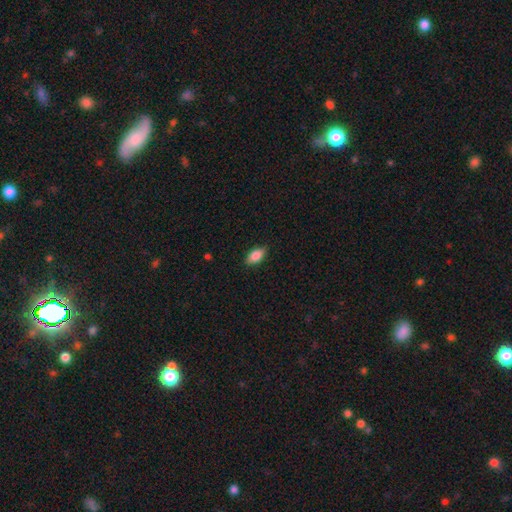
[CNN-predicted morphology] Smooth or featured? Predicted: smooth (p=0.86). How rounded? Predicted: in between (p=0.90). Merging? Predicted: none (p=0.86).